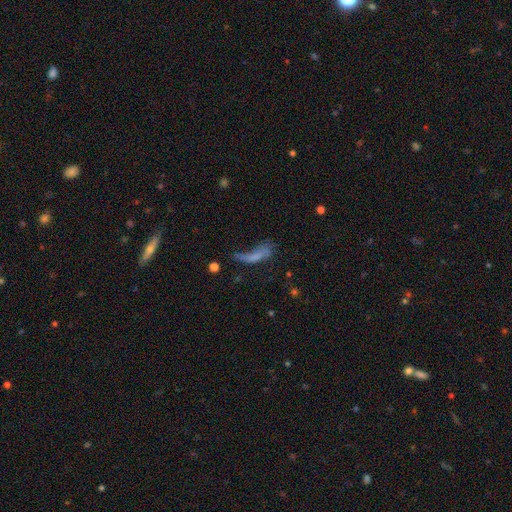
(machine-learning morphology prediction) type=smooth (53%); roundness=cigar-shaped (48%); merging=major disturbance (47%).